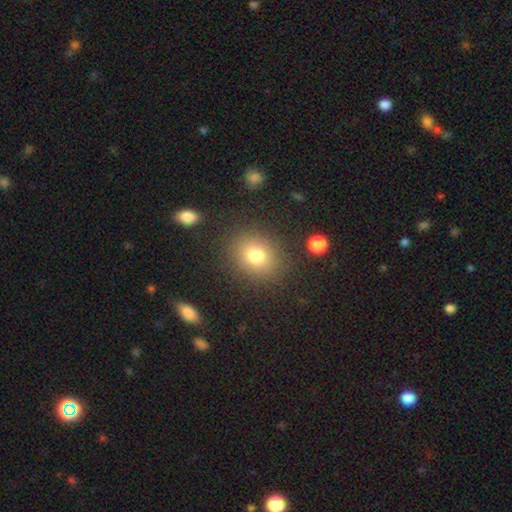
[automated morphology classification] A smooth galaxy with no disk features (78%) that is round (56%).

Vote fractions:
- Smooth or featured? smooth: 78% / star or artifact: 13% / featured or disk: 10%
- How rounded? round: 56% / in between: 43% / cigar-shaped: 1%
- Merging? none: 84% / minor disturbance: 10% / major disturbance: 4% / merger: 2%